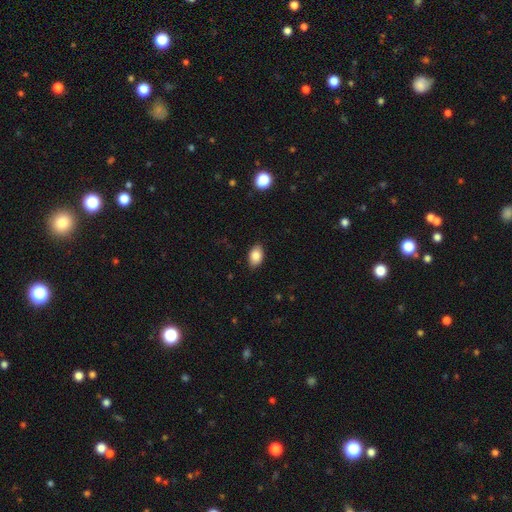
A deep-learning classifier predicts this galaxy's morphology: smooth 86%, star or artifact 7%, featured or disk 6%. Down the decision tree: how rounded — in between (88%); merging — none (87%).